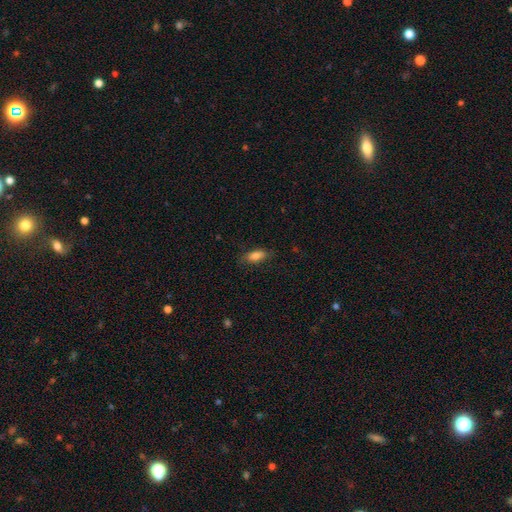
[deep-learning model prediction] A smooth galaxy with no disk features (81%) that is in between round and cigar-shaped (78%).

Vote fractions:
- Smooth or featured? smooth: 81% / featured or disk: 11% / star or artifact: 8%
- How rounded? in between: 78% / cigar-shaped: 19% / round: 3%
- Merging? none: 78% / minor disturbance: 17% / major disturbance: 4% / merger: 1%